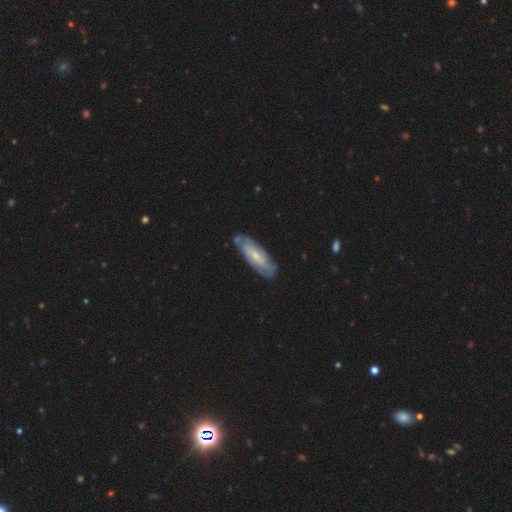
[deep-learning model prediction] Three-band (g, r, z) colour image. It shows a featured or disk galaxy (57%). Merging: none (75%).